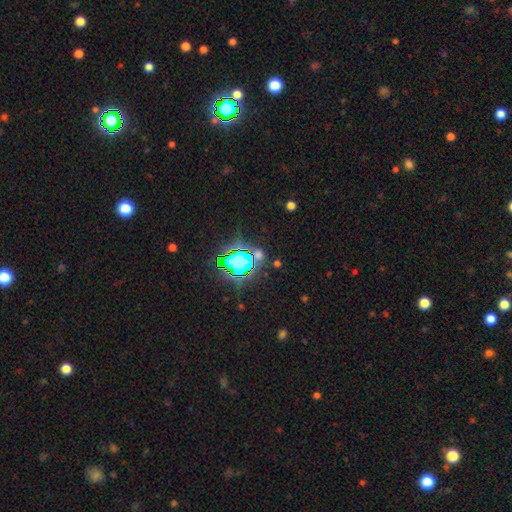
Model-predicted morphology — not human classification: Q: Smooth or featured?
A: star or artifact (69%); runner-up: smooth (20%)